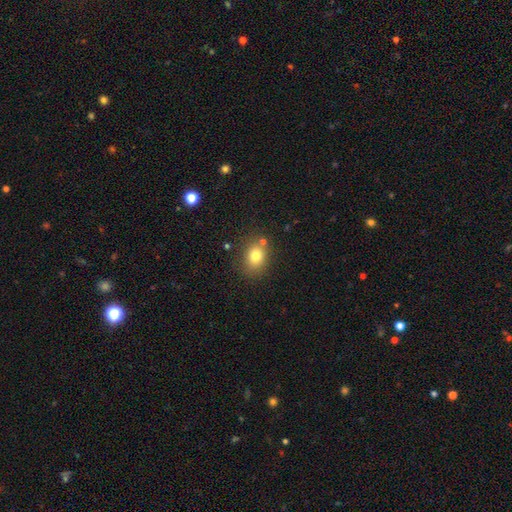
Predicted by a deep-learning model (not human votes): Smooth or featured?
  - smooth: 78% *
  - star or artifact: 12%
  - featured or disk: 10%
How rounded?
  - round: 50% *
  - in between: 49%
  - cigar-shaped: 1%
Merging?
  - none: 75% *
  - minor disturbance: 13%
  - merger: 8%
  - major disturbance: 4%